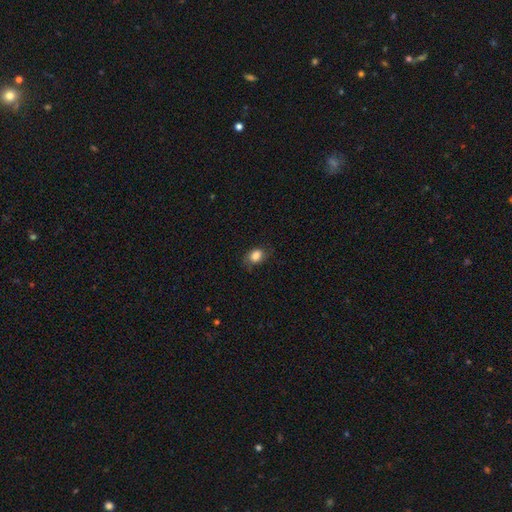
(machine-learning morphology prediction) Smooth or featured? Predicted: smooth (p=0.83). How rounded? Predicted: in between (p=0.62). Merging? Predicted: none (p=0.71).